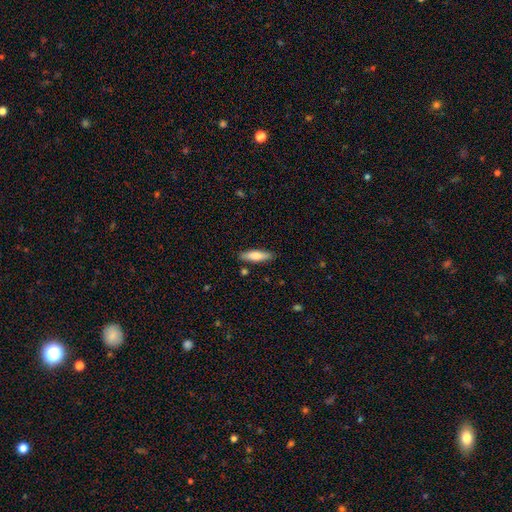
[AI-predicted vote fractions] smooth 76%, featured or disk 19%, star or artifact 6%. Down the decision tree: how rounded — cigar-shaped (63%); merging — none (86%).